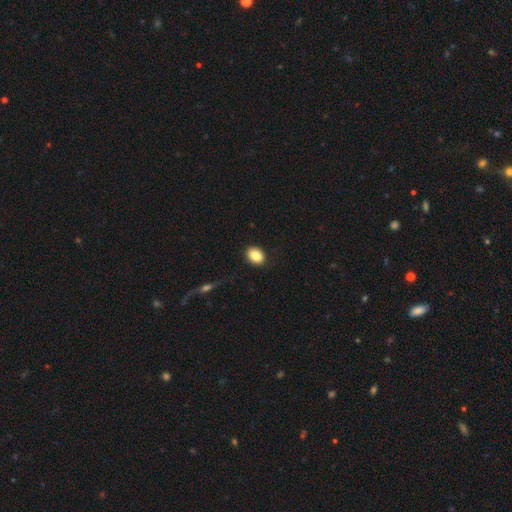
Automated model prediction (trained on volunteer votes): This is clearly a smooth galaxy (87%). How rounded: likely in between (67%). Merging: clearly none (87%).